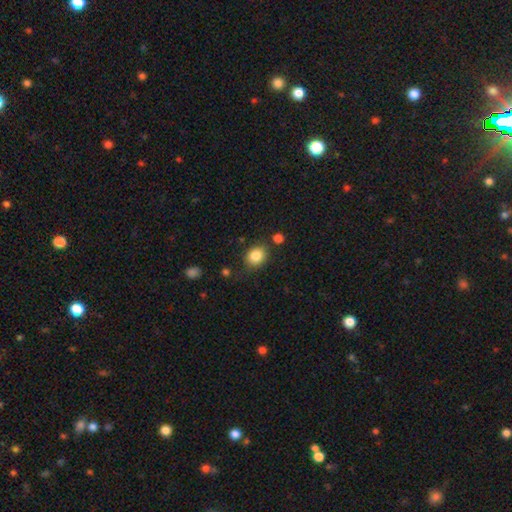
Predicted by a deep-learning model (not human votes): Smooth or featured? Predicted: smooth (p=0.84). How rounded? Predicted: round (p=0.56). Merging? Predicted: none (p=0.76).